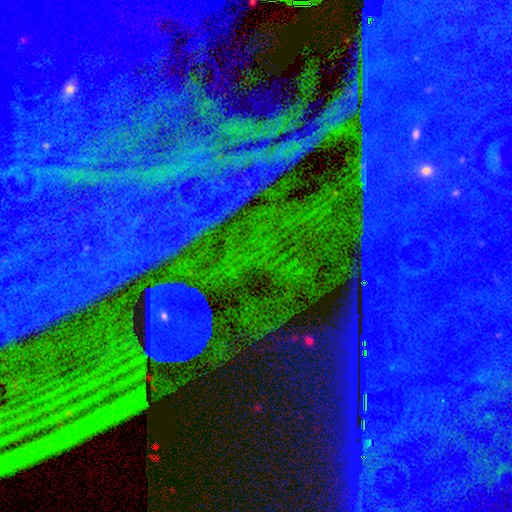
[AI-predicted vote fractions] This is likely a star or artifact rather than a galaxy (75%).